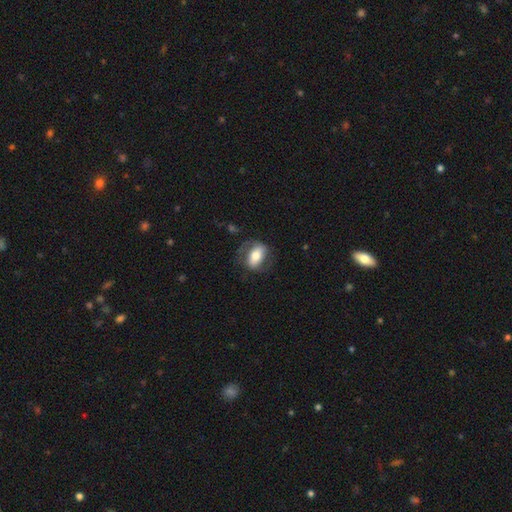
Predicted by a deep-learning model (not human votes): A smooth galaxy with no disk features (48%). Merging: none (65%).